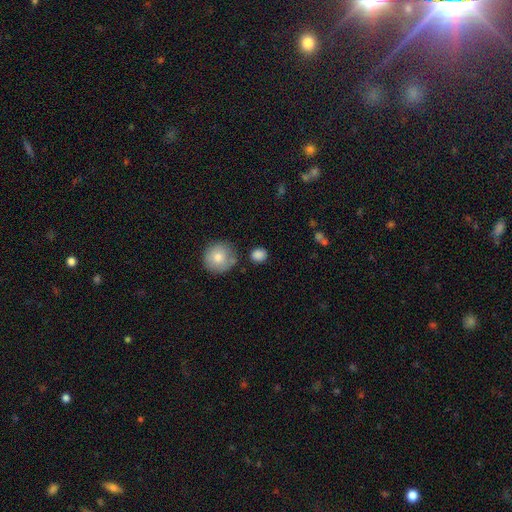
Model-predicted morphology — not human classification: This is likely a smooth galaxy (67%). How rounded: clearly round (86%). Merging: likely none (75%).